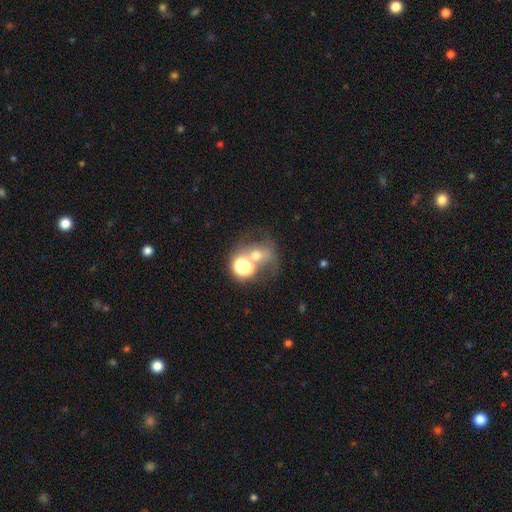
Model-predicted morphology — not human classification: Q: Smooth or featured?
A: smooth (39%); runner-up: featured or disk (32%)
Q: Merging?
A: merger (37%); runner-up: none (34%)